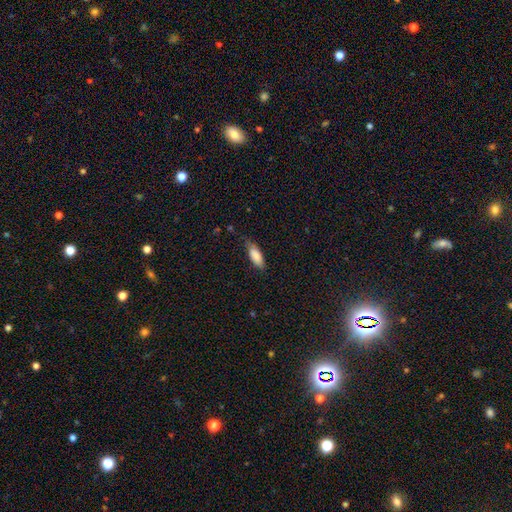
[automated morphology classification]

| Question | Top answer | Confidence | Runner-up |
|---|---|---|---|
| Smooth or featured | smooth | 85% | featured or disk (9%) |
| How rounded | in between | 74% | cigar-shaped (24%) |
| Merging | none | 64% | minor disturbance (28%) |